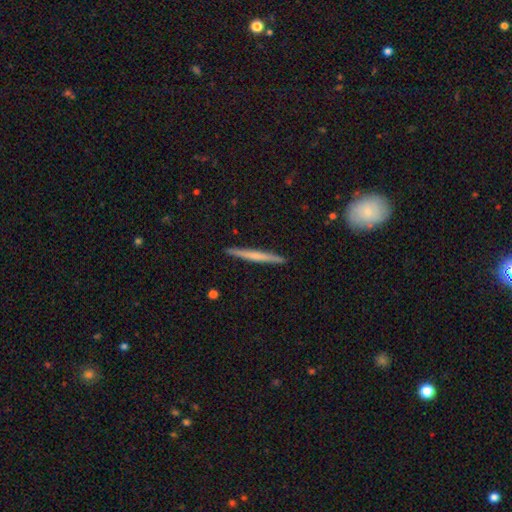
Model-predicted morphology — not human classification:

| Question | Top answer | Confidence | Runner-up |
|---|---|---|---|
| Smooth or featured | featured or disk | 48% | smooth (47%) |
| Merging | none | 92% | minor disturbance (5%) |